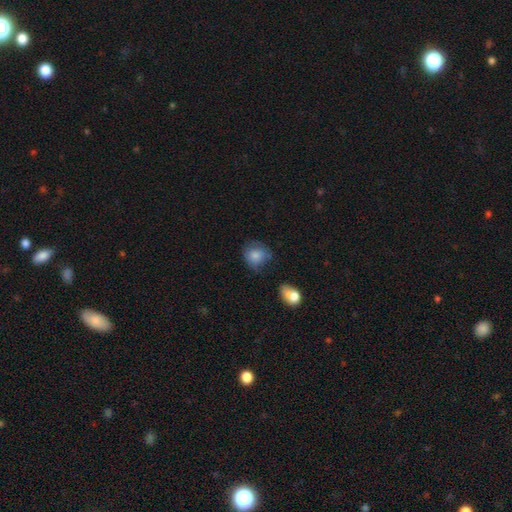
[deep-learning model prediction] smooth-or-featured: smooth: 80% | featured or disk: 11% | star or artifact: 8%
  how-rounded: round: 73% | in between: 26% | cigar-shaped: 1%
  merging: none: 53% | minor disturbance: 30% | major disturbance: 11% | merger: 6%